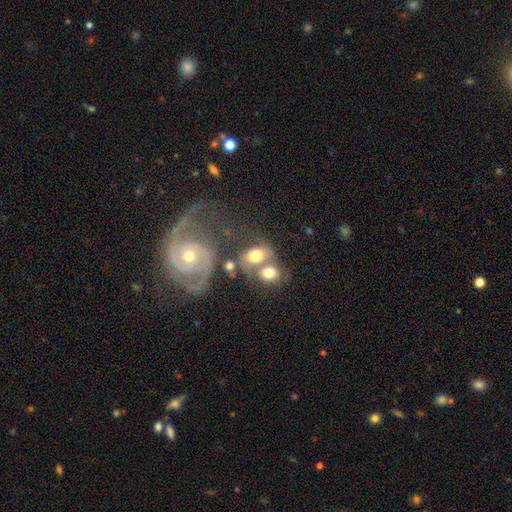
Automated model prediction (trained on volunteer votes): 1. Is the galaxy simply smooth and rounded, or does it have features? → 55% smooth, 34% featured or disk, 11% star or artifact.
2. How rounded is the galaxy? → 59% in between, 40% round, 1% cigar-shaped.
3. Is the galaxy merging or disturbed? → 55% merger, 23% none, 11% major disturbance, 11% minor disturbance.